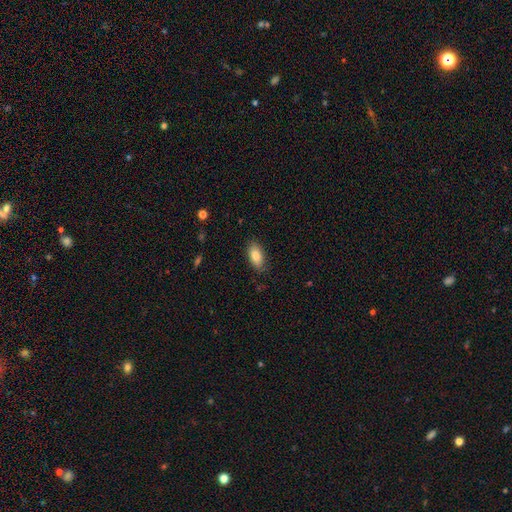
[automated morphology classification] Q: Smooth or featured?
A: smooth (84%); runner-up: featured or disk (9%)
Q: How rounded?
A: in between (92%); runner-up: cigar-shaped (5%)
Q: Merging?
A: none (83%); runner-up: minor disturbance (14%)